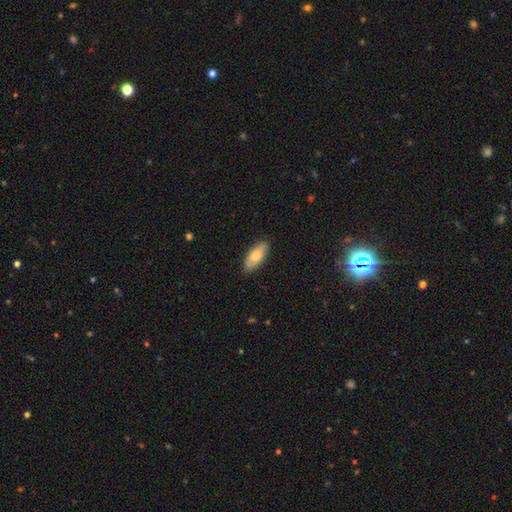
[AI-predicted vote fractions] This is likely a smooth galaxy (74%). How rounded: clearly in between (84%). Merging: clearly none (86%).